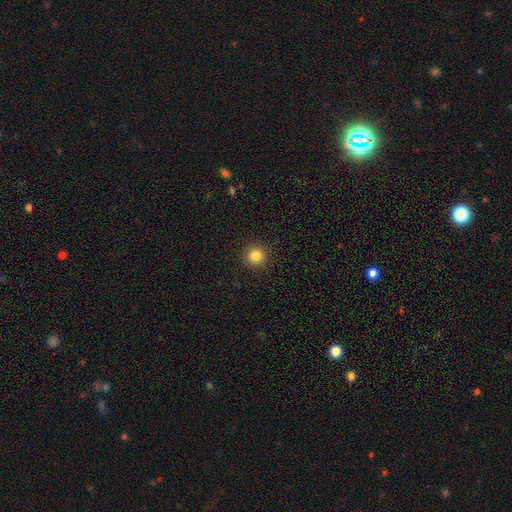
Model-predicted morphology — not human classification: Smooth or featured? Predicted: smooth (p=0.84). How rounded? Predicted: round (p=0.95). Merging? Predicted: none (p=0.93).